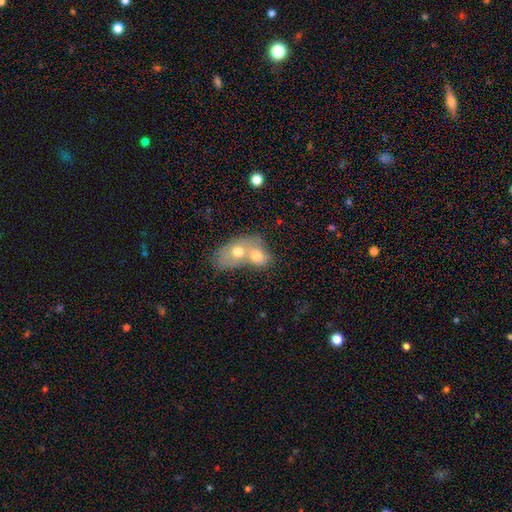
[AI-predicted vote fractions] Overall: smooth (66%). How rounded: in between (66%; round 32%). Merging: merger (77%).